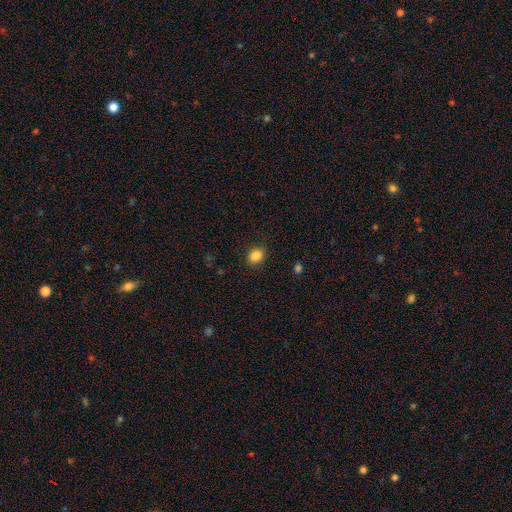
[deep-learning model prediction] The model was most divided on "how rounded": in between: 61%, round: 38%, cigar-shaped: 1%. More confident: merging — none (88%); smooth or featured — smooth (86%).